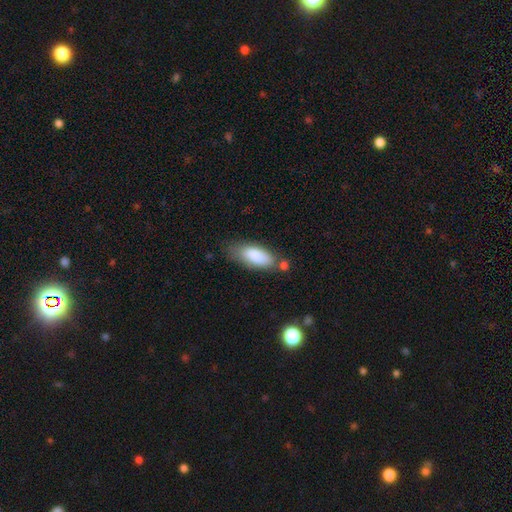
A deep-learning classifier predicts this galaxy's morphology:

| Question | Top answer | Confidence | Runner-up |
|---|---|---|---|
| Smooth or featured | smooth | 85% | featured or disk (9%) |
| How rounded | in between | 79% | cigar-shaped (19%) |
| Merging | none | 58% | minor disturbance (22%) |